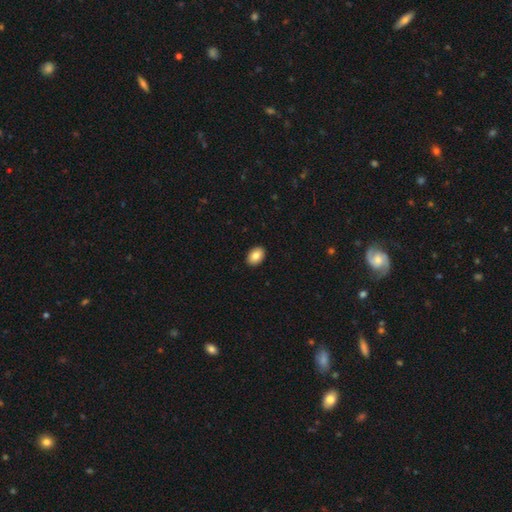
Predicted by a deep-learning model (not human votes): This is clearly a smooth galaxy (84%). How rounded: clearly in between (86%). Merging: clearly none (91%).